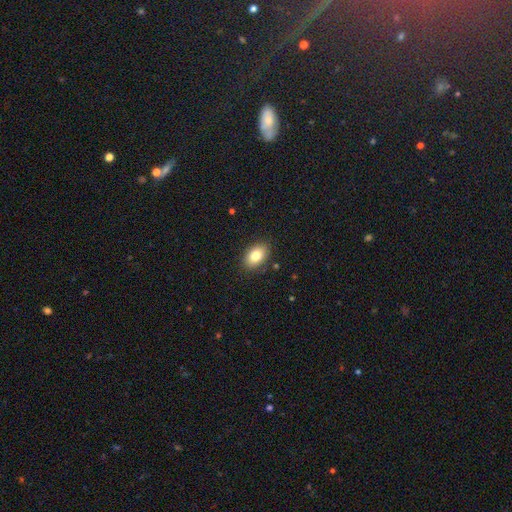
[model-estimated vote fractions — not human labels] This appears to be a smooth galaxy with no disk features (81%) that is in between round and cigar-shaped (88%). Merging: none (87%).